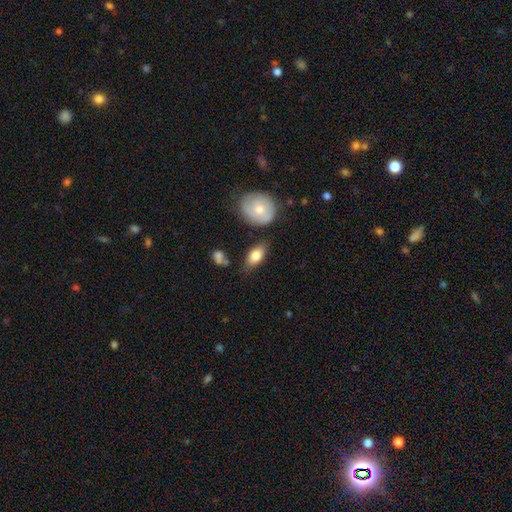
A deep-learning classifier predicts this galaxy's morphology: type=smooth (78%); roundness=in between (88%); merging=none (73%).